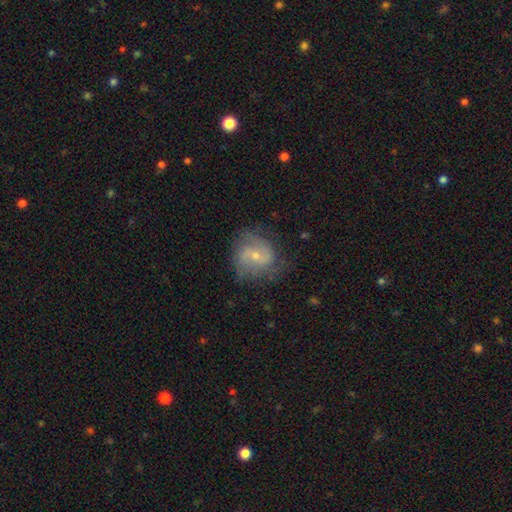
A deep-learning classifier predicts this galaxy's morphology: Overall: featured or disk (72%). Edge-on disk: no (97%). Bar: no (45%; weak 43%). Spiral arms: yes (90%). Spiral arm count: 2 (71%). Spiral winding: medium (46%; loose 30%). Bulge size: small (60%; moderate 36%). Merging: none (69%).